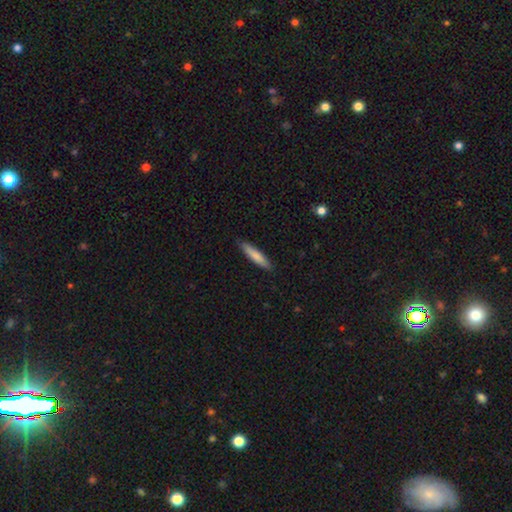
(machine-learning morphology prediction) Smooth or featured? Predicted: smooth (p=0.80). How rounded? Predicted: cigar-shaped (p=0.84). Merging? Predicted: none (p=0.88).